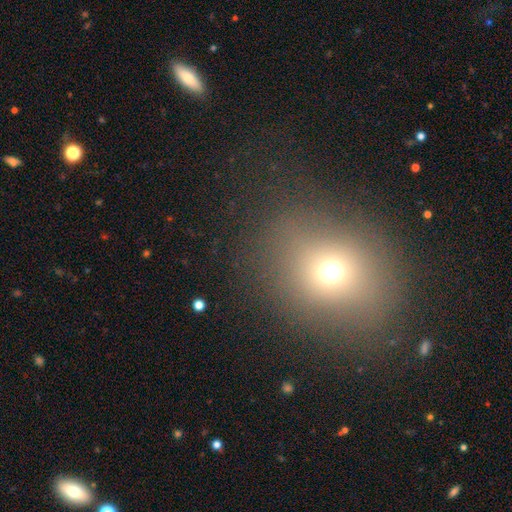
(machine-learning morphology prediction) A smooth galaxy with no disk features (63%) that is round (67%). Merging: none (74%).